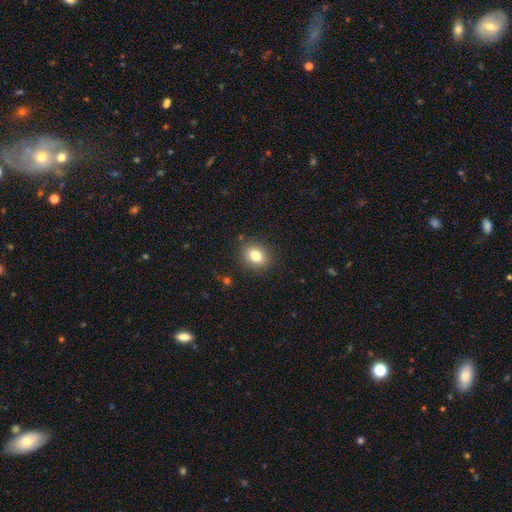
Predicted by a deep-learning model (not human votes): smooth_or_featured: smooth (p=0.82) [alt: star or artifact p=0.11]
how_rounded: round (p=0.50) [alt: in between p=0.49]
merging: none (p=0.86) [alt: minor disturbance p=0.09]